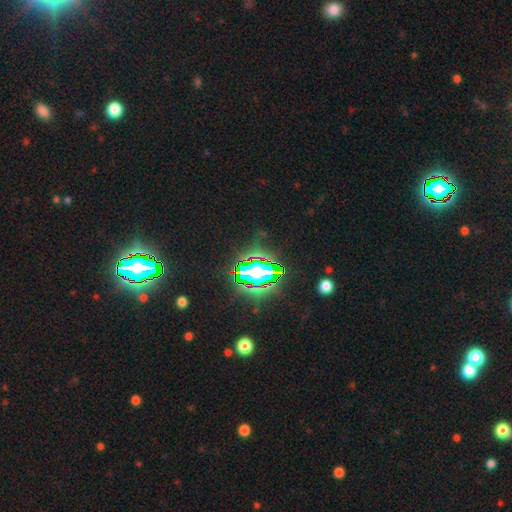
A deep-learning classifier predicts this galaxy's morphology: The model was most divided on "smooth or featured": star or artifact: 80%, smooth: 10%, featured or disk: 9%.